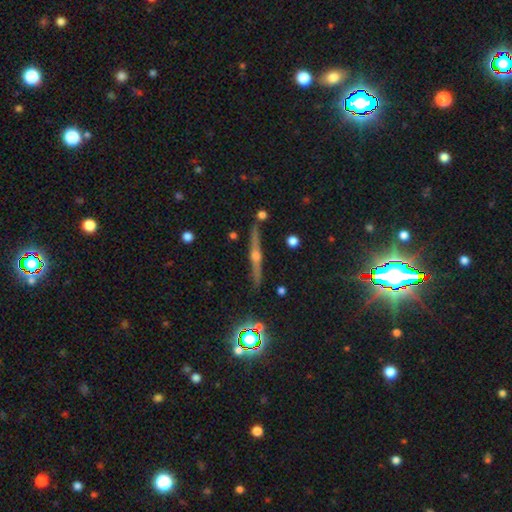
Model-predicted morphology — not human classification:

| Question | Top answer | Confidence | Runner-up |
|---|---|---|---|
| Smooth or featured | featured or disk | 75% | star or artifact (14%) |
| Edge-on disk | yes | 96% | no (4%) |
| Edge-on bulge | rounded | 91% | none (5%) |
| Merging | none | 87% | minor disturbance (8%) |